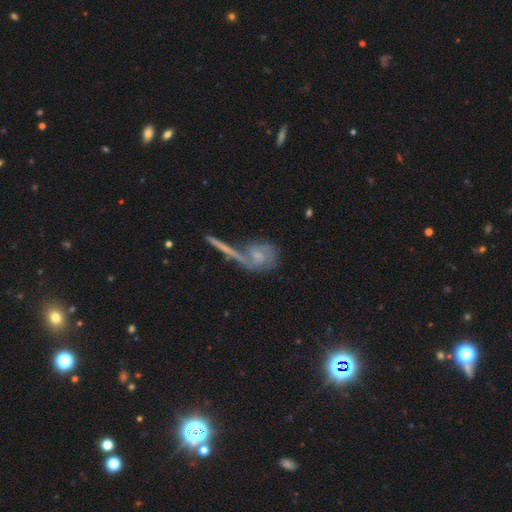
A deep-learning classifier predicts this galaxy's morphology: A featured or disk galaxy (64%) with no bar (64%), spiral arms (72%) and a small central bulge (57%). Merging: none (43%).